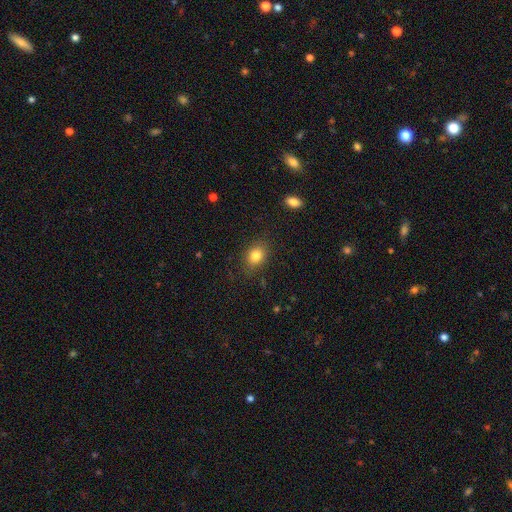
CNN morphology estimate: type=smooth (82%); roundness=in between (62%); merging=none (83%).